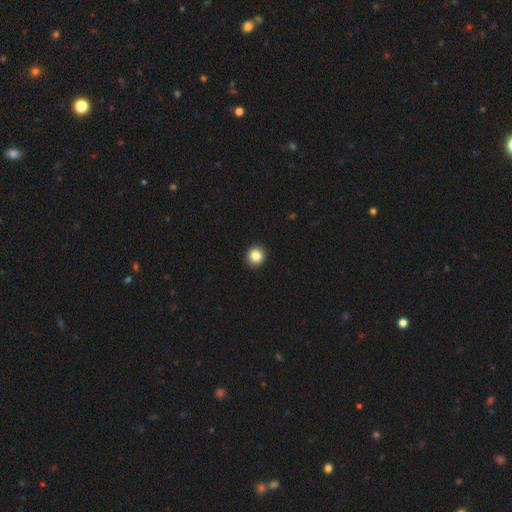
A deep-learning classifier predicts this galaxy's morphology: Smooth or featured?
  - smooth: 86% *
  - star or artifact: 10%
  - featured or disk: 5%
How rounded?
  - round: 92% *
  - in between: 7%
  - cigar-shaped: 1%
Merging?
  - none: 93% *
  - minor disturbance: 4%
  - major disturbance: 1%
  - merger: 1%